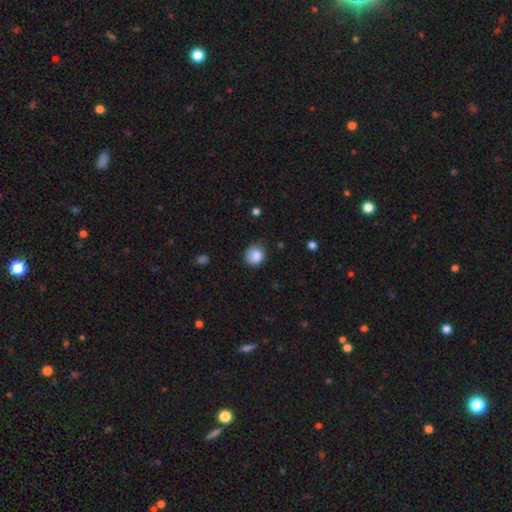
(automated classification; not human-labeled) Morphology: type=smooth (85%); roundness=round (80%); merging=none (65%).